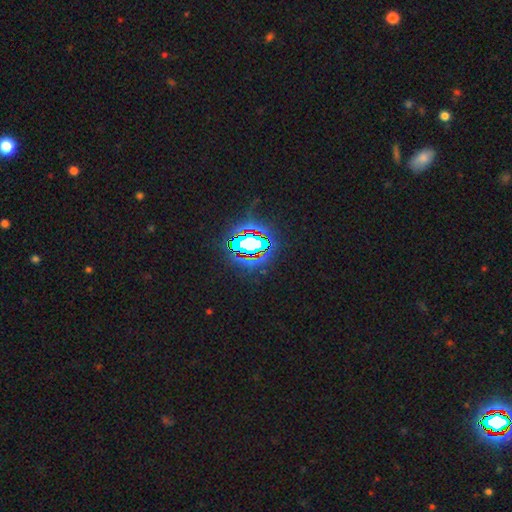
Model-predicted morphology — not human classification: star or artifact 82%, smooth 11%, featured or disk 7%.